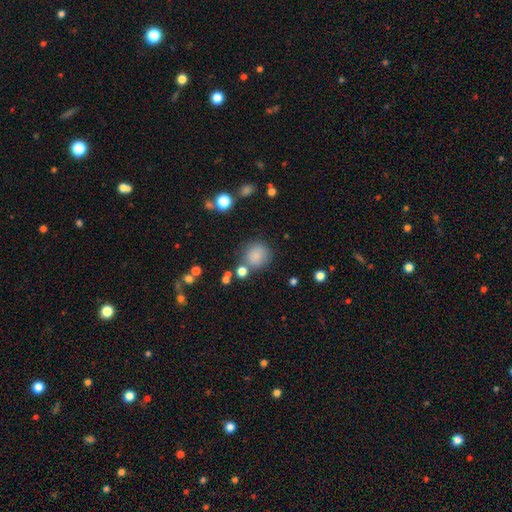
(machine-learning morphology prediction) Overall: smooth (83%). How rounded: round (85%). Merging: none (74%).